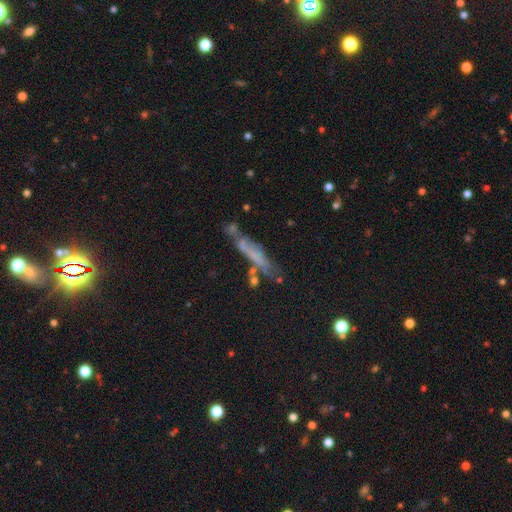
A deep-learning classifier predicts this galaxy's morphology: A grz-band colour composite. It shows a featured or disk galaxy (43%). Merging: none (46%).